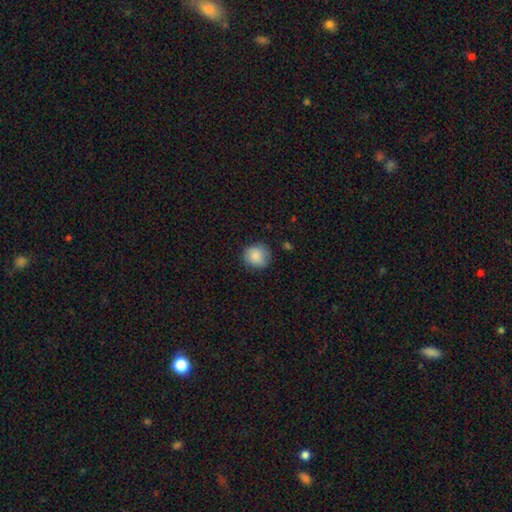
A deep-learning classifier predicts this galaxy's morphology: Smooth or featured?
  - smooth: 87% *
  - star or artifact: 8%
  - featured or disk: 5%
How rounded?
  - round: 88% *
  - in between: 11%
  - cigar-shaped: 1%
Merging?
  - none: 80% *
  - minor disturbance: 15%
  - major disturbance: 3%
  - merger: 1%